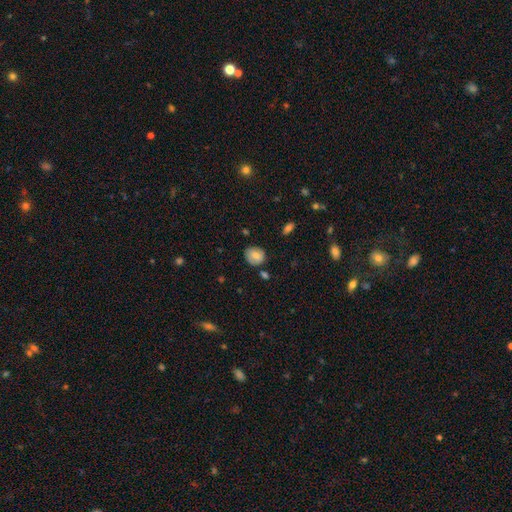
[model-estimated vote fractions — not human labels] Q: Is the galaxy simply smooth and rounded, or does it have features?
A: smooth — 71%.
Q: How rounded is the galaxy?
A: round — 69%.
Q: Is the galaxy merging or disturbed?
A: none — 77%.